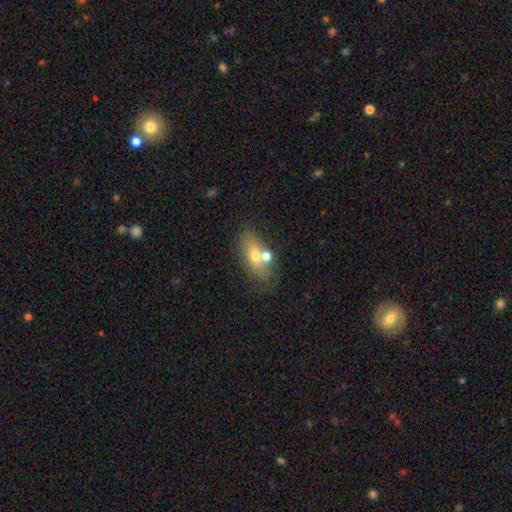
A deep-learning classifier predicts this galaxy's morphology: The model was most divided on "smooth or featured": smooth: 59%, featured or disk: 31%, star or artifact: 10%. More confident: how rounded — in between (82%); merging — none (56%).